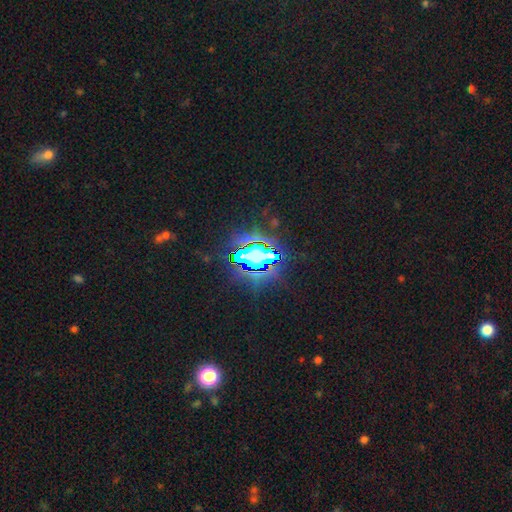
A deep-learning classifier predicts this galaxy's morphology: Smooth or featured?
  - star or artifact: 73% *
  - smooth: 16%
  - featured or disk: 11%